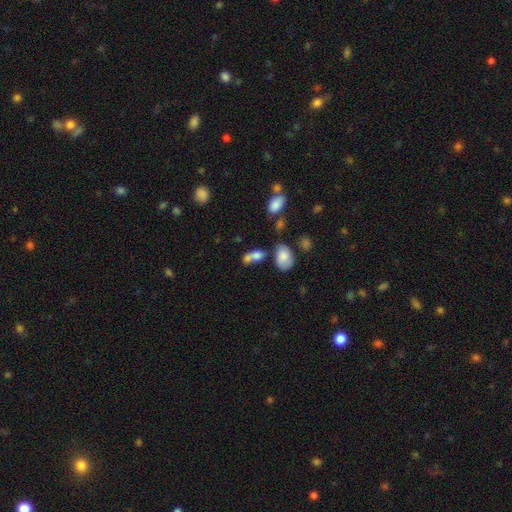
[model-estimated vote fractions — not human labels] Overall: smooth (76%). How rounded: in between (79%). Merging: merger (46%; none 31%).